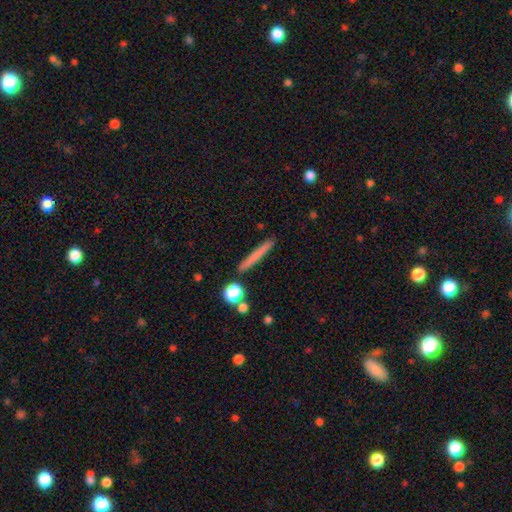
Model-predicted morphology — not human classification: Overall: smooth (68%). How rounded: cigar-shaped (95%). Merging: none (88%).